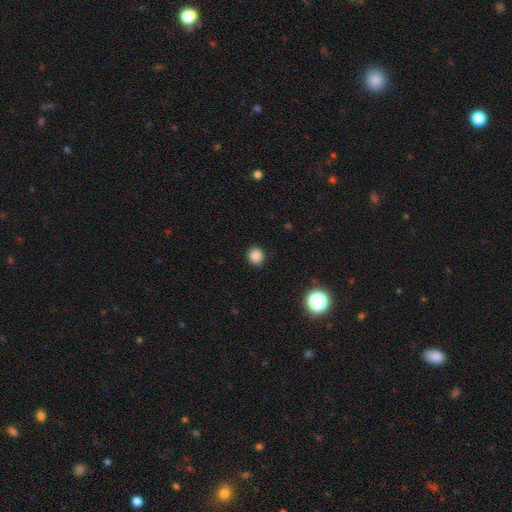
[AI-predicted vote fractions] A smooth galaxy with no disk features (85%) that is round (90%).

Vote fractions:
- Smooth or featured? smooth: 85% / star or artifact: 12% / featured or disk: 3%
- How rounded? round: 90% / in between: 9% / cigar-shaped: 1%
- Merging? none: 91% / minor disturbance: 6% / major disturbance: 2% / merger: 1%